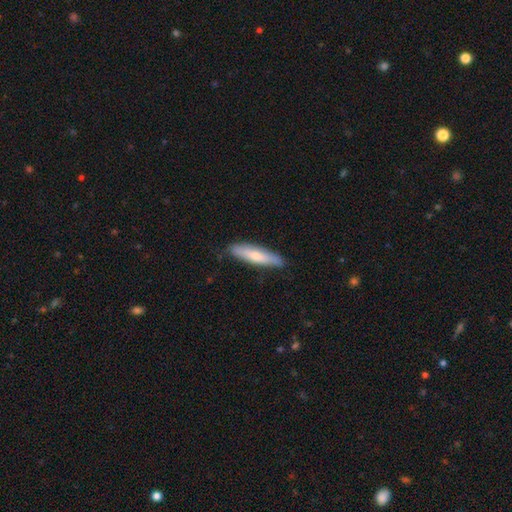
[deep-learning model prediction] This appears to be a smooth galaxy with no disk features (66%) that is cigar-shaped (80%). Merging: none (83%).